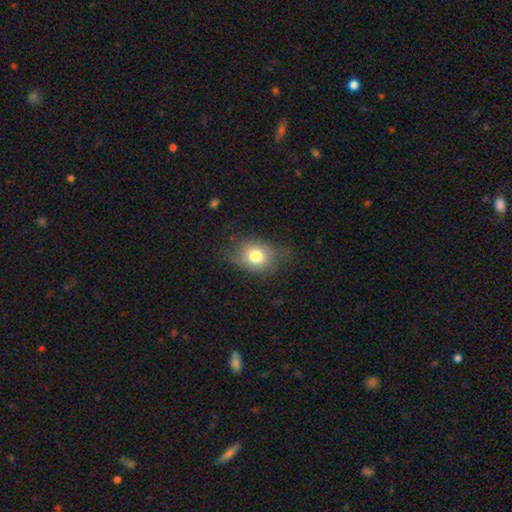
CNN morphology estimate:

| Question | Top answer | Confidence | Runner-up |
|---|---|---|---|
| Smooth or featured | smooth | 73% | featured or disk (16%) |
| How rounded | in between | 55% | round (43%) |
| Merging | none | 61% | minor disturbance (27%) |